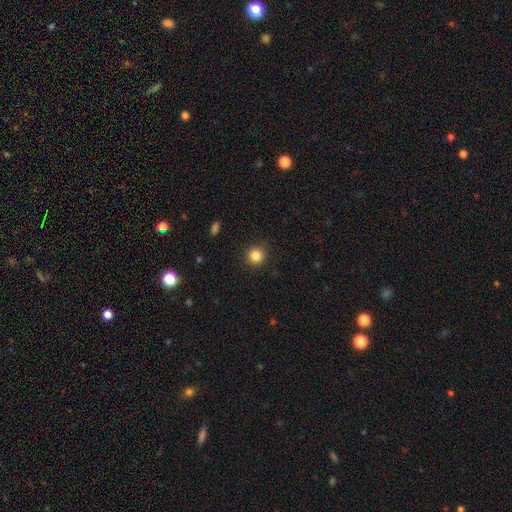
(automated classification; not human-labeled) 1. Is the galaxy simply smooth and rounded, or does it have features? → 85% smooth, 11% star or artifact, 4% featured or disk.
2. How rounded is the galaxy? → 94% round, 5% in between, 1% cigar-shaped.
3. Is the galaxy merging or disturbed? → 91% none, 6% minor disturbance, 2% major disturbance, 1% merger.